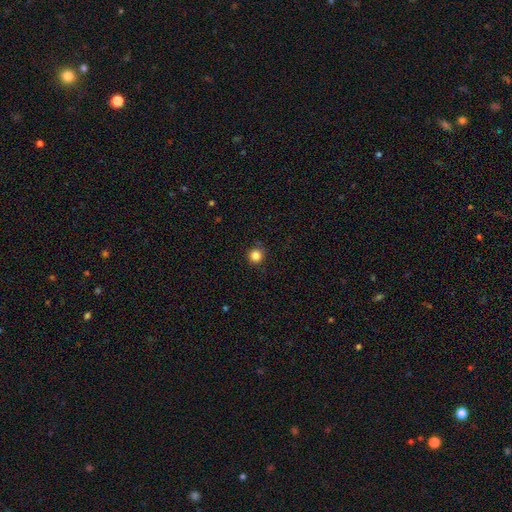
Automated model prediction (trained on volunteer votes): smooth-or-featured: smooth: 84% | star or artifact: 12% | featured or disk: 4%
  how-rounded: round: 95% | in between: 4% | cigar-shaped: 1%
  merging: none: 90% | minor disturbance: 7% | major disturbance: 2% | merger: 1%